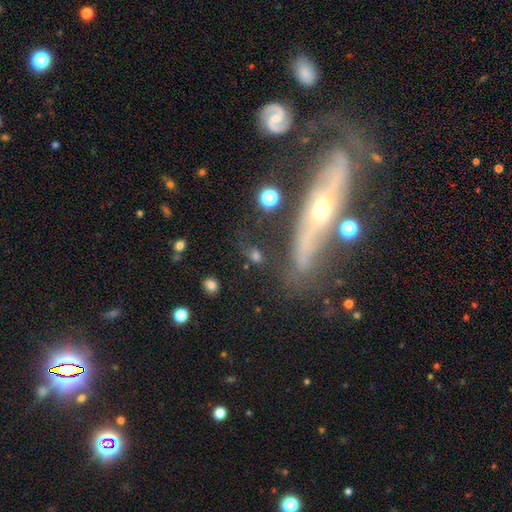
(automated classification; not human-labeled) smooth 58%, featured or disk 22%, star or artifact 20%. Down the decision tree: how rounded — in between (52%); merging — none (60%).